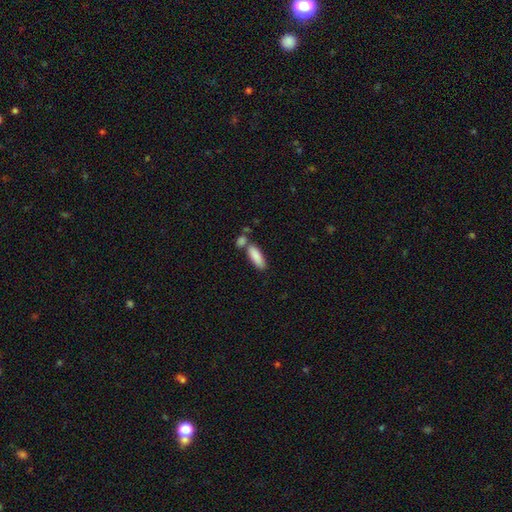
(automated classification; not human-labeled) Smooth or featured? smooth (87%)
How rounded? in between (67%)
Merging? none (53%)